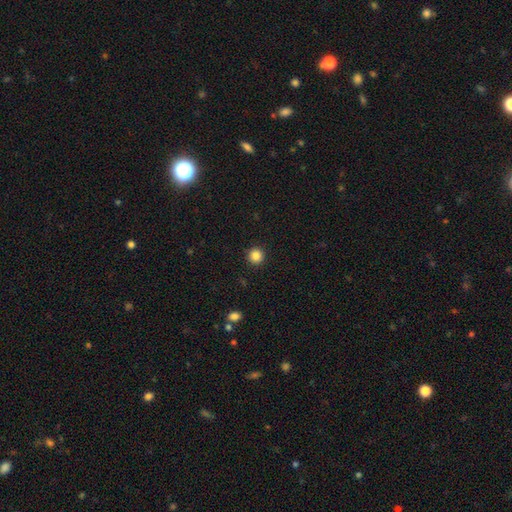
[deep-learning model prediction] This is clearly a smooth galaxy (85%). How rounded: clearly round (95%). Merging: clearly none (93%).